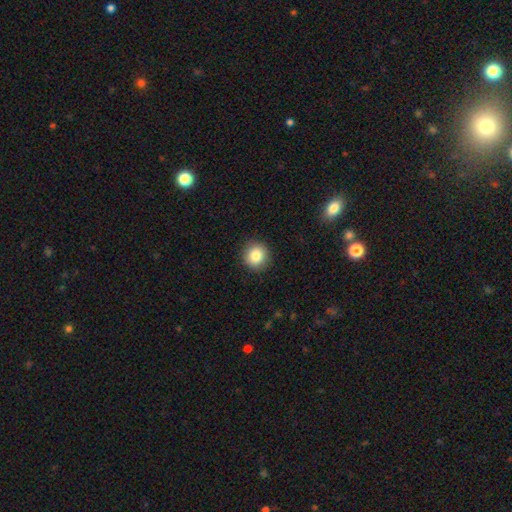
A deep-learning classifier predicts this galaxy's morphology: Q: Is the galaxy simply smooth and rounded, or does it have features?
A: smooth — 84%.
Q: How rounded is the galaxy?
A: round — 91%.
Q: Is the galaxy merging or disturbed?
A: none — 91%.